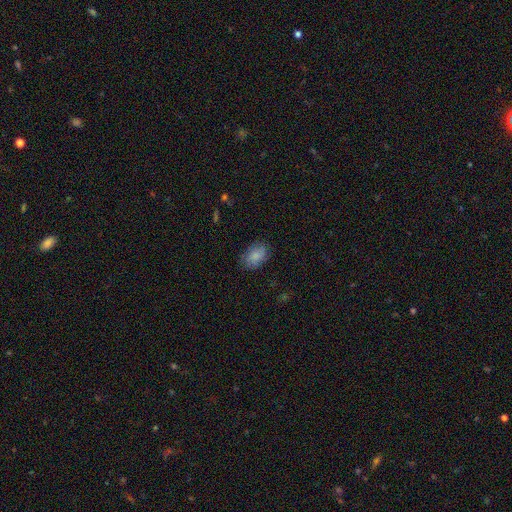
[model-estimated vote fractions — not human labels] This appears to be a smooth galaxy with no disk features (80%) that is in between round and cigar-shaped (81%). Merging: none (78%).